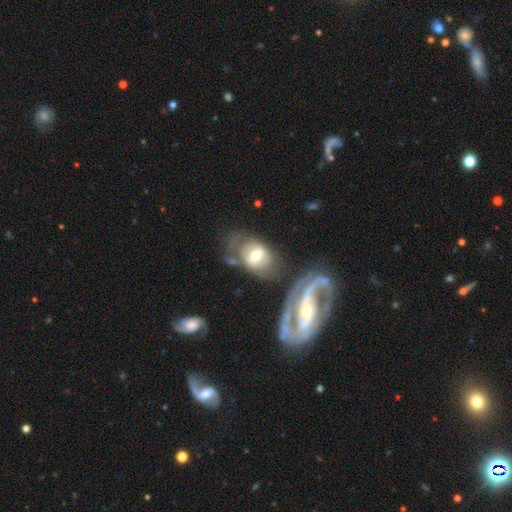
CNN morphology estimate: featured or disk 52%, smooth 41%, star or artifact 7%. Down the decision tree: edge-on disk — no (93%); merging — none (47%).